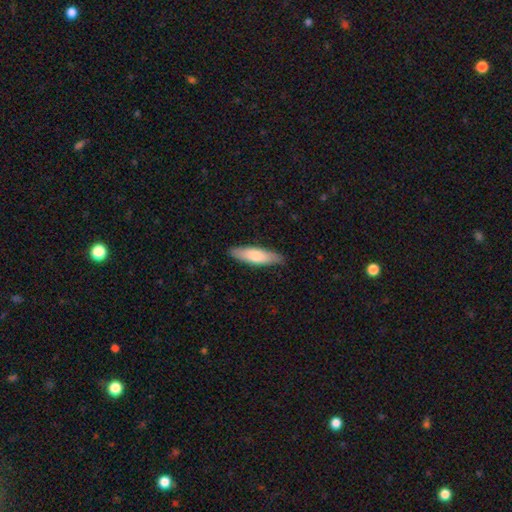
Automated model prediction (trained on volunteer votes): Overall: smooth (74%). How rounded: cigar-shaped (60%; in between 39%). Merging: none (85%).